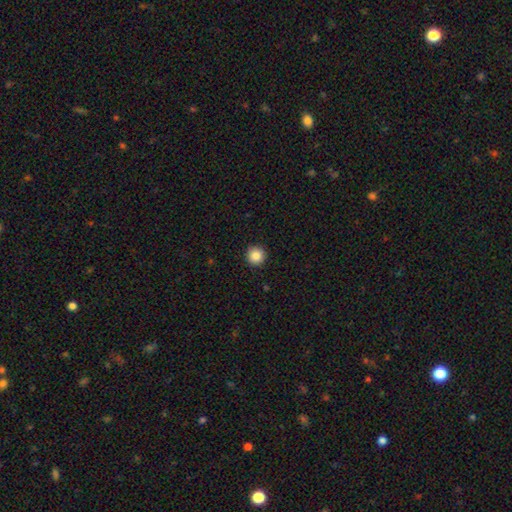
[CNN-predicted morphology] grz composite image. It shows a smooth galaxy with no disk features (87%) that is round (96%). Merging: none (93%).